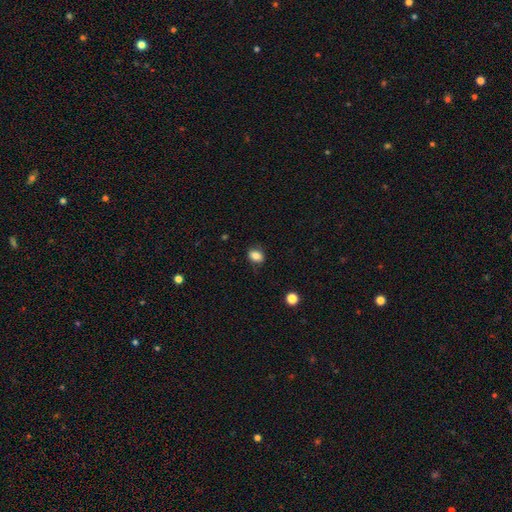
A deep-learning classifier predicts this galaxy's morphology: Smooth or featured? Predicted: smooth (p=0.84). How rounded? Predicted: in between (p=0.66). Merging? Predicted: none (p=0.81).